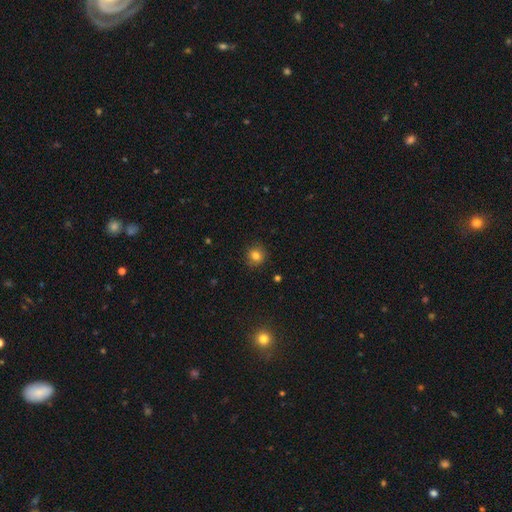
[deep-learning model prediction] A smooth galaxy with no disk features (80%) that is round (89%). Merging: none (88%).